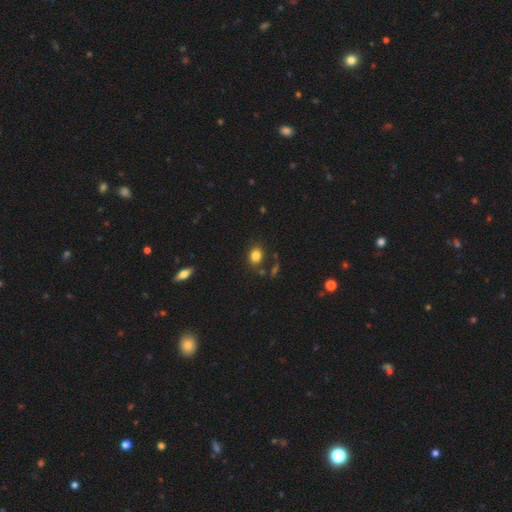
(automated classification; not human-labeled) smooth_or_featured: smooth (p=0.82) [alt: star or artifact p=0.12]
how_rounded: round (p=0.51) [alt: in between p=0.48]
merging: none (p=0.80) [alt: minor disturbance p=0.12]